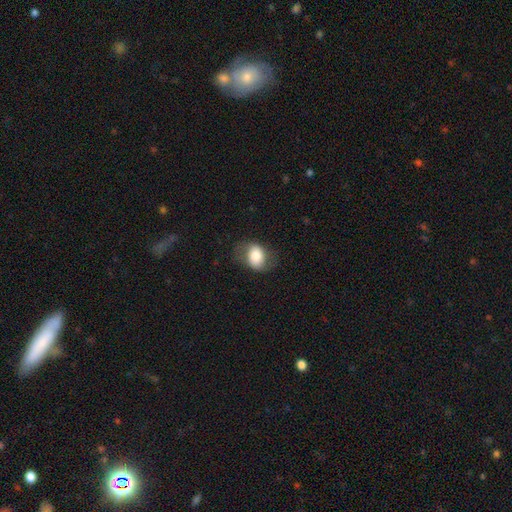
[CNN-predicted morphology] smooth_or_featured: smooth (p=0.71) [alt: featured or disk p=0.21]
how_rounded: in between (p=0.71) [alt: round p=0.28]
merging: none (p=0.67) [alt: minor disturbance p=0.21]